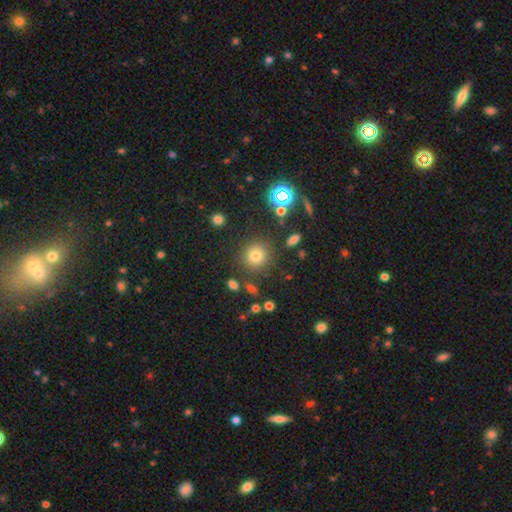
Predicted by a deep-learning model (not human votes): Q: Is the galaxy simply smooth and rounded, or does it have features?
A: smooth — 73%.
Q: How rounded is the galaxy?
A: round — 91%.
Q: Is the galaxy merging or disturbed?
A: none — 84%.